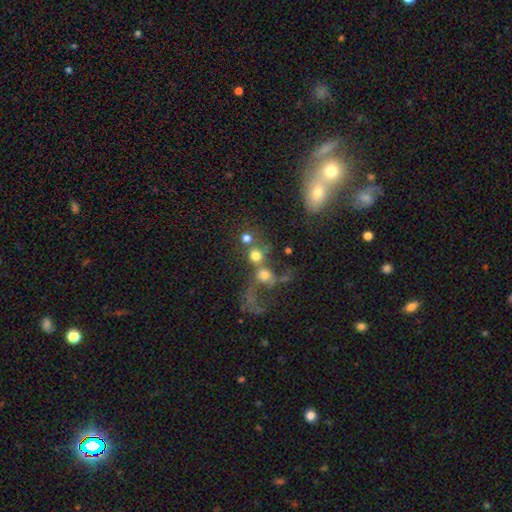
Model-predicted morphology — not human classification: smooth_or_featured: smooth (p=0.63) [alt: featured or disk p=0.20]
how_rounded: round (p=0.82) [alt: in between p=0.17]
merging: merger (p=0.50) [alt: none p=0.28]